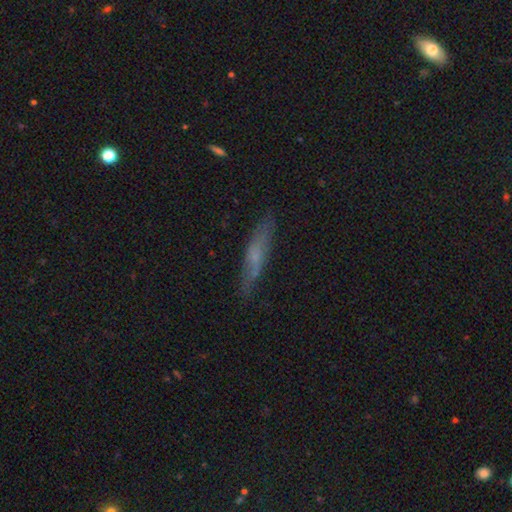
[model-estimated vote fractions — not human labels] A smooth galaxy with no disk features (48%). Merging: none (77%).